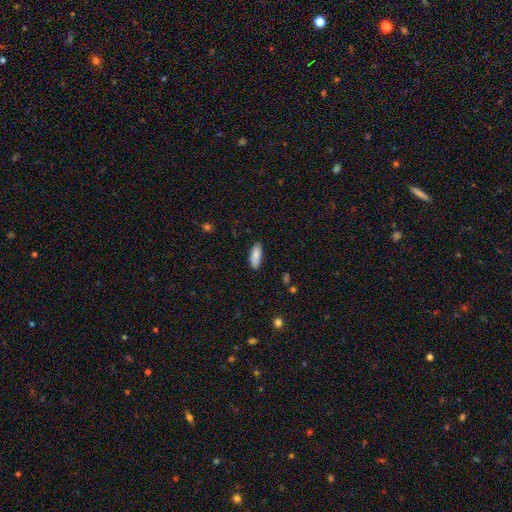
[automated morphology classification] Smooth or featured?
  - smooth: 88% *
  - star or artifact: 6%
  - featured or disk: 6%
How rounded?
  - in between: 67% *
  - cigar-shaped: 31%
  - round: 2%
Merging?
  - none: 87% *
  - minor disturbance: 10%
  - major disturbance: 2%
  - merger: 1%